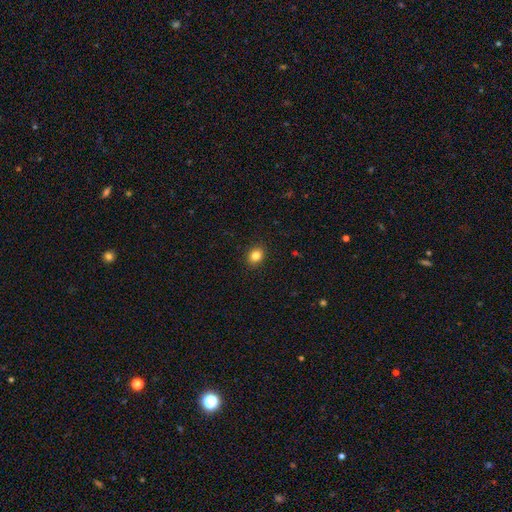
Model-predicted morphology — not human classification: Q: Smooth or featured?
A: smooth (83%); runner-up: star or artifact (11%)
Q: How rounded?
A: round (56%); runner-up: in between (43%)
Q: Merging?
A: none (90%); runner-up: minor disturbance (7%)